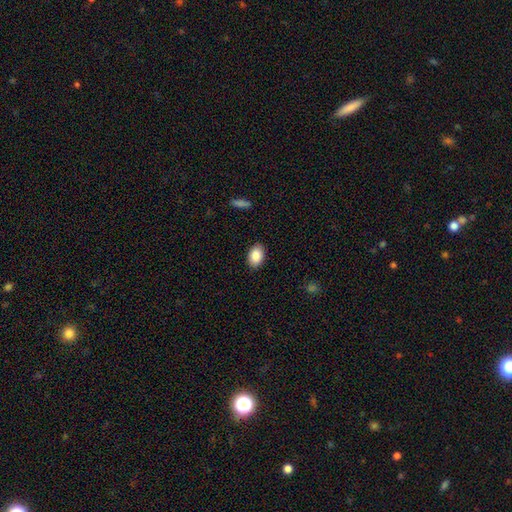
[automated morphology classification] Smooth or featured? Predicted: smooth (p=0.89). How rounded? Predicted: in between (p=0.88). Merging? Predicted: none (p=0.88).